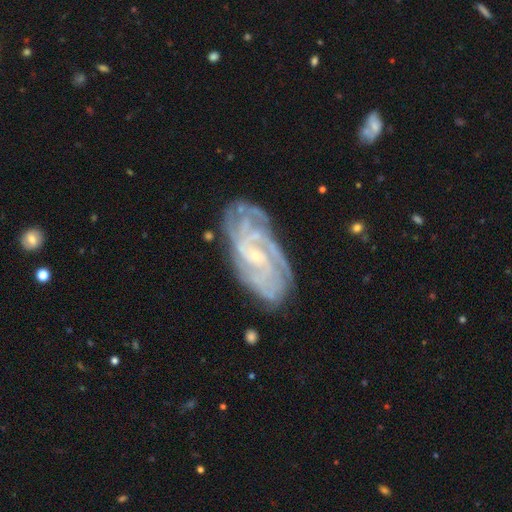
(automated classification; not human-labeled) smooth-or-featured: featured or disk: 85% | smooth: 8% | star or artifact: 7%
  disk-edge-on: no: 94% | yes: 6%
    bar: no: 50% | weak: 39% | strong: 11%
    has-spiral-arms: yes: 96% | no: 4%
      spiral-winding: tight: 66% | medium: 28% | loose: 6%
      spiral-arm-count: can't tell: 31% | 4: 24% | 3: 16% | 2: 12% | more than 4: 10% | 1: 7%
    bulge-size: small: 76% | moderate: 19% | none: 3% | large: 1% | dominant: 1%
  merging: none: 76% | minor disturbance: 17% | major disturbance: 5% | merger: 2%